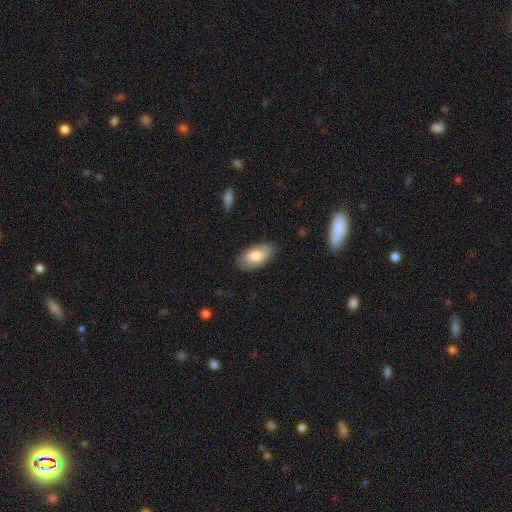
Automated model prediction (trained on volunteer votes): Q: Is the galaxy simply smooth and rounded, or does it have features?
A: smooth — 78%.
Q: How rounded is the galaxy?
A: in between — 94%.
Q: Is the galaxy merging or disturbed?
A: none — 83%.